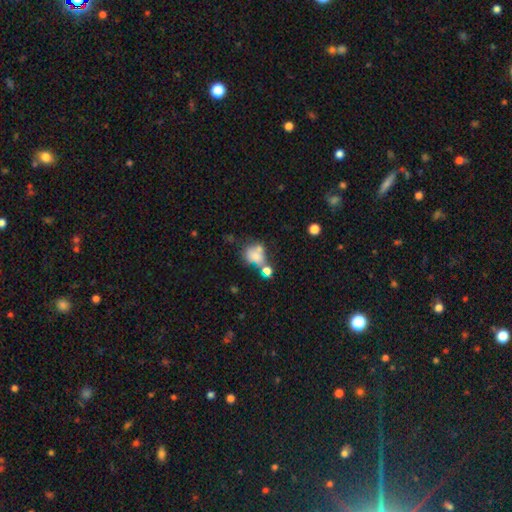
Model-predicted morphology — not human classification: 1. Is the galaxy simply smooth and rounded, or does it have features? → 66% smooth, 20% featured or disk, 14% star or artifact.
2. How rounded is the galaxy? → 56% round, 43% in between, 1% cigar-shaped.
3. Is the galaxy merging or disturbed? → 40% merger, 30% none, 16% minor disturbance, 14% major disturbance.